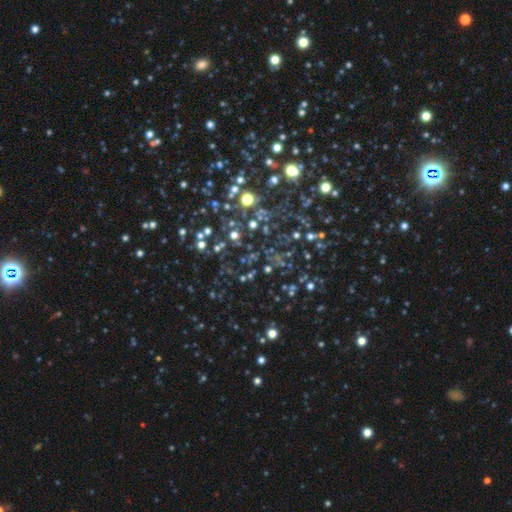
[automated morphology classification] The model was most divided on "smooth or featured": star or artifact: 83%, smooth: 10%, featured or disk: 7%.